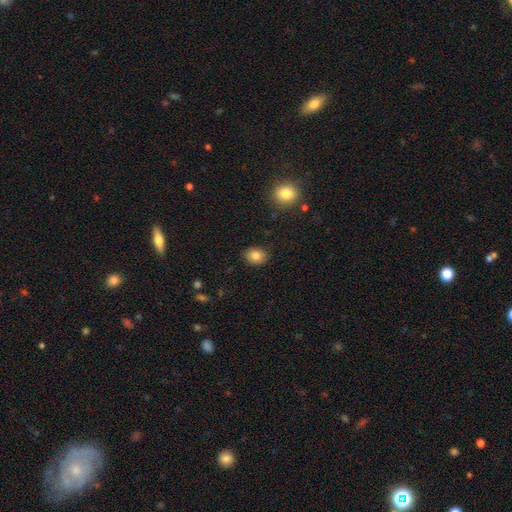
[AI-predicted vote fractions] A smooth galaxy with no disk features (83%) that is round (54%). Merging: none (88%).